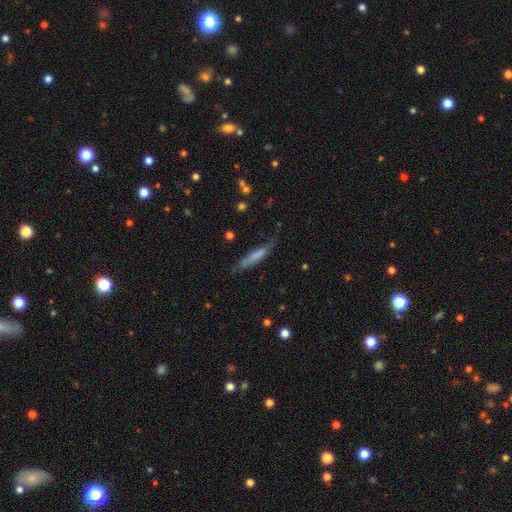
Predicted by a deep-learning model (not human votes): Morphology: type=smooth (65%); roundness=cigar-shaped (86%); merging=none (61%).